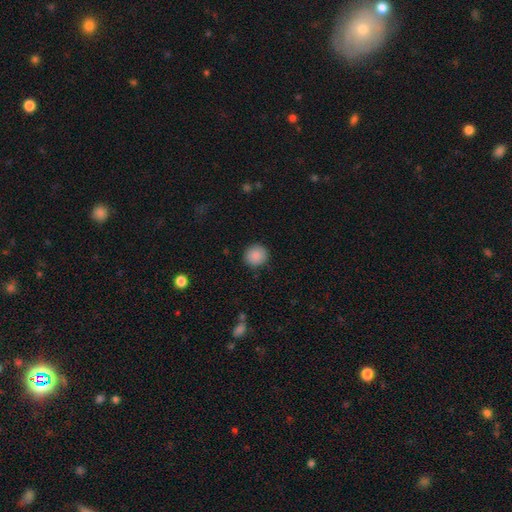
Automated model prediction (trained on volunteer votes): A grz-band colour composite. It shows a smooth galaxy with no disk features (88%) that is round (91%). Merging: none (90%).